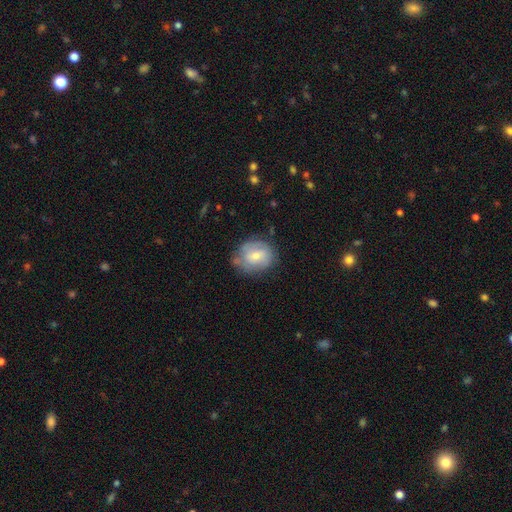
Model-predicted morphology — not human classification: smooth_or_featured: smooth (p=0.55) [alt: featured or disk p=0.38]
how_rounded: round (p=0.61) [alt: in between p=0.38]
merging: none (p=0.61) [alt: minor disturbance p=0.27]